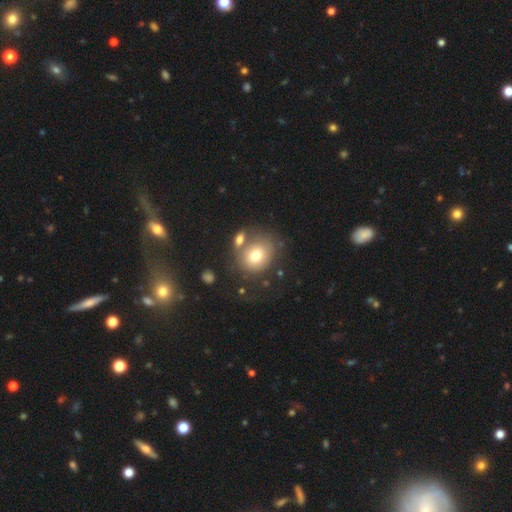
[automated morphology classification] Overall: smooth (73%). How rounded: round (68%; in between 31%). Merging: none (56%; merger 22%).